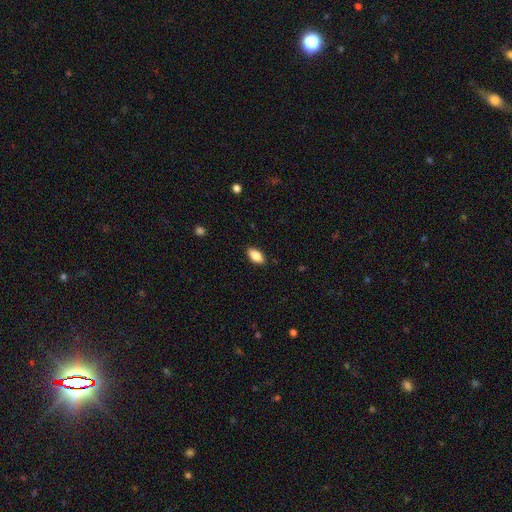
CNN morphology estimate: This appears to be a smooth galaxy with no disk features (84%) that is in between round and cigar-shaped (91%). Merging: none (88%).